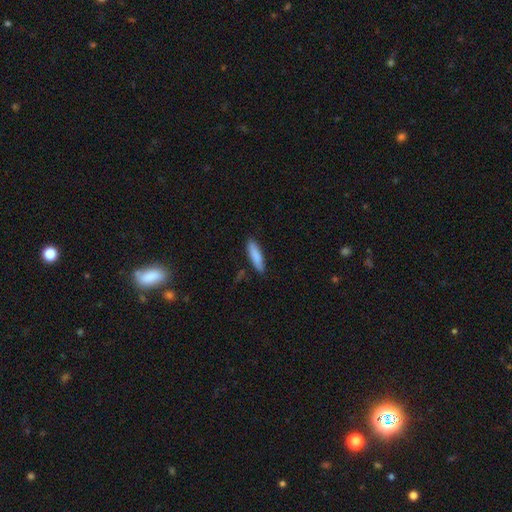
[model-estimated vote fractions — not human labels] Morphology: type=smooth (85%); roundness=cigar-shaped (70%); merging=none (85%).